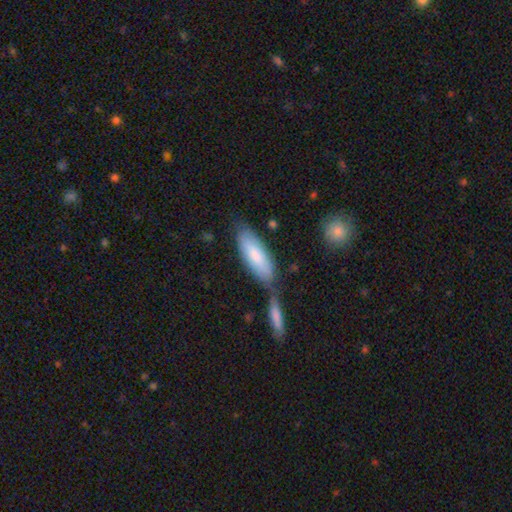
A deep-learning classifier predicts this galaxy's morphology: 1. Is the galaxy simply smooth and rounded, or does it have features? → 78% smooth, 16% featured or disk, 5% star or artifact.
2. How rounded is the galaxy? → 61% in between, 38% cigar-shaped, 2% round.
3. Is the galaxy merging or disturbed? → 50% none, 28% merger, 17% minor disturbance, 5% major disturbance.